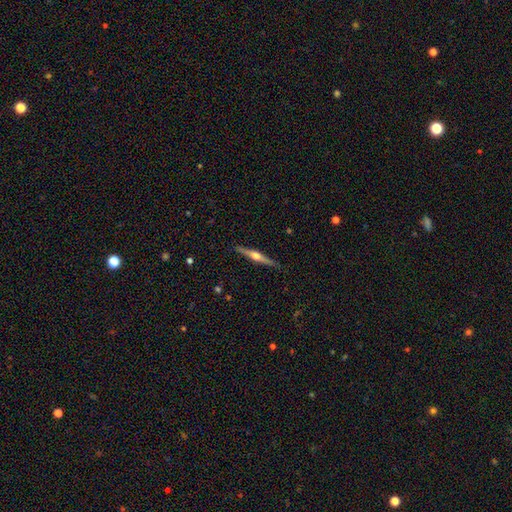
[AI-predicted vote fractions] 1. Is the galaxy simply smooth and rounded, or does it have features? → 76% featured or disk, 19% smooth, 5% star or artifact.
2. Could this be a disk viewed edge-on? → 98% yes, 2% no.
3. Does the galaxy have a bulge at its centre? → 93% rounded, 4% boxy, 3% none.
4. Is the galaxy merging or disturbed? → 90% none, 8% minor disturbance, 1% major disturbance, 1% merger.